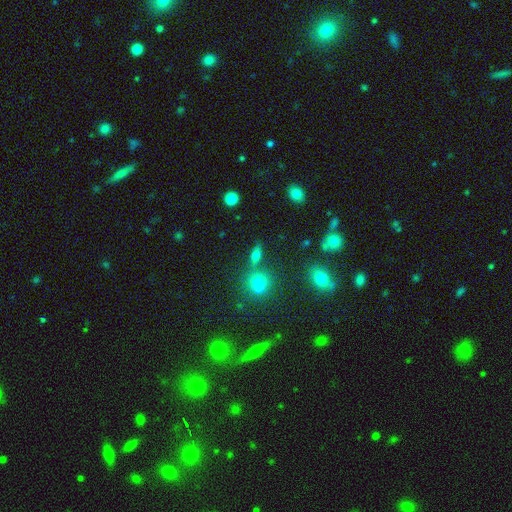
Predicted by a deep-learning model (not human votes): Smooth or featured?
  - smooth: 60% *
  - featured or disk: 23%
  - star or artifact: 16%
How rounded?
  - in between: 65% *
  - cigar-shaped: 21%
  - round: 14%
Merging?
  - none: 64% *
  - merger: 18%
  - minor disturbance: 13%
  - major disturbance: 5%